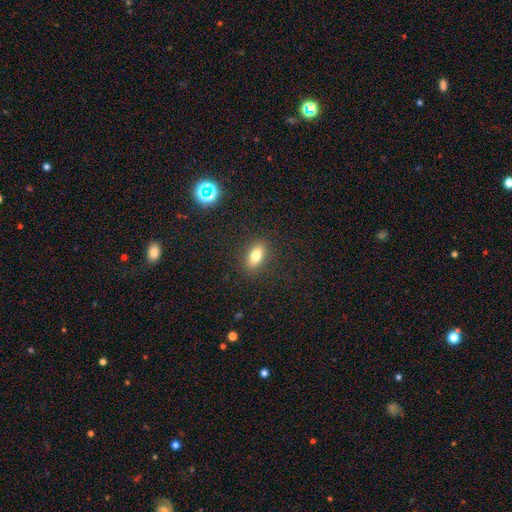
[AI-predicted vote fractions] Morphology: type=smooth (74%); roundness=in between (78%); merging=none (88%).